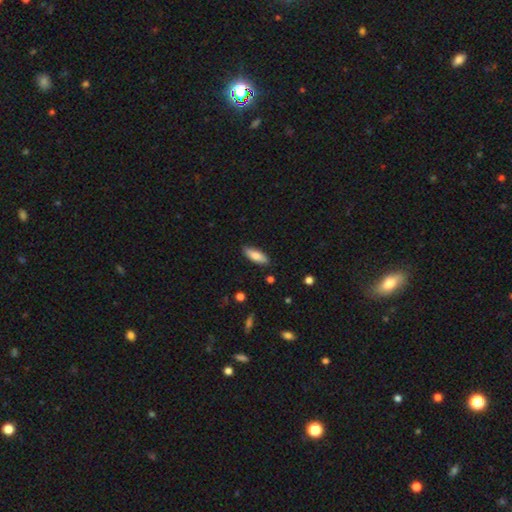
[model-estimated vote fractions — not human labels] This is clearly a smooth galaxy (81%). How rounded: likely in between (64%). Merging: clearly none (87%).